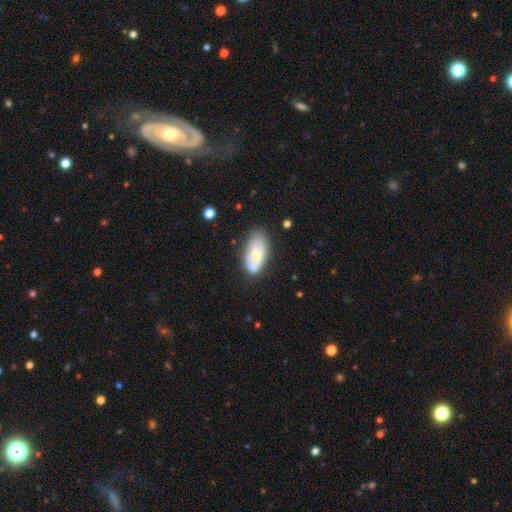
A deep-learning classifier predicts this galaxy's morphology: Q: Smooth or featured?
A: smooth (56%); runner-up: featured or disk (37%)
Q: How rounded?
A: in between (91%); runner-up: cigar-shaped (6%)
Q: Merging?
A: none (65%); runner-up: minor disturbance (24%)